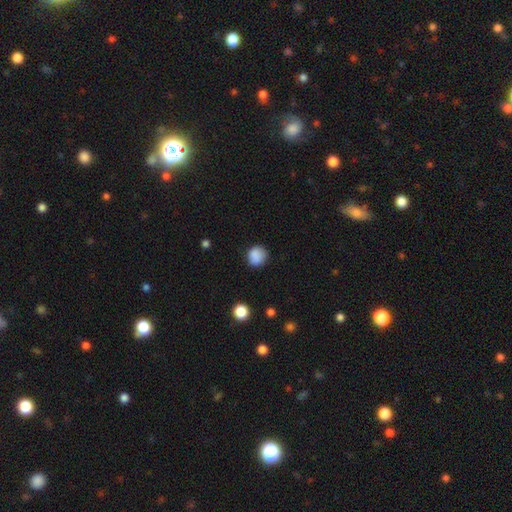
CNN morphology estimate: This is clearly a smooth galaxy (87%). How rounded: clearly round (86%). Merging: clearly none (81%).